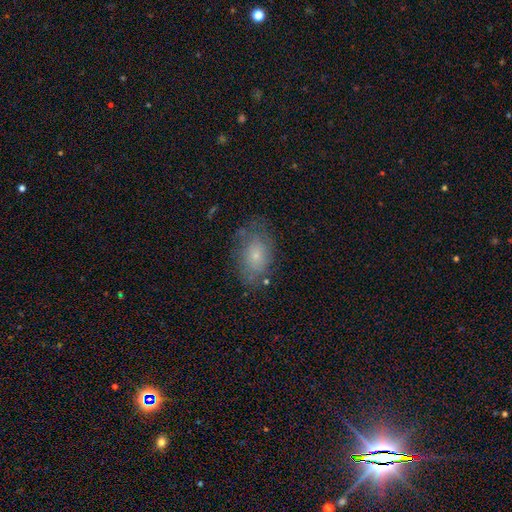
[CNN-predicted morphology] The model was most divided on "smooth or featured": smooth: 64%, featured or disk: 26%, star or artifact: 10%. More confident: how rounded — in between (86%); merging — none (66%).